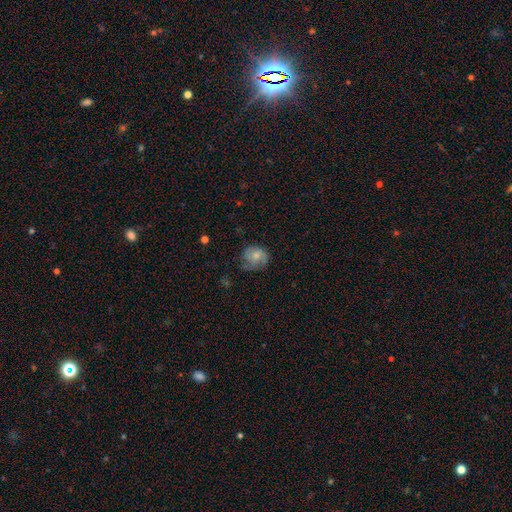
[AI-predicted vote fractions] Smooth or featured? Predicted: smooth (p=0.61). How rounded? Predicted: round (p=0.71). Merging? Predicted: none (p=0.57).